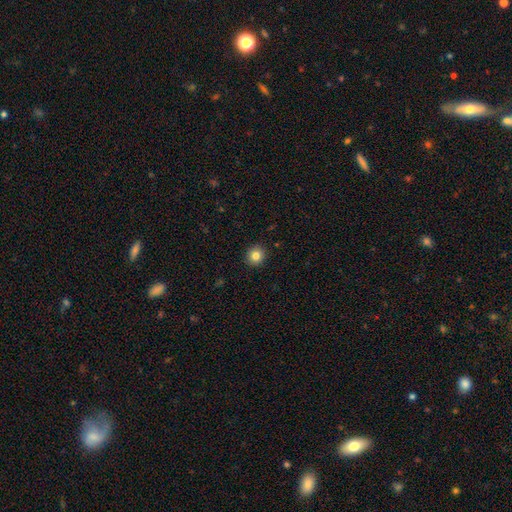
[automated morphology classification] Q: Smooth or featured?
A: smooth (83%); runner-up: star or artifact (10%)
Q: How rounded?
A: round (91%); runner-up: in between (8%)
Q: Merging?
A: none (92%); runner-up: minor disturbance (5%)